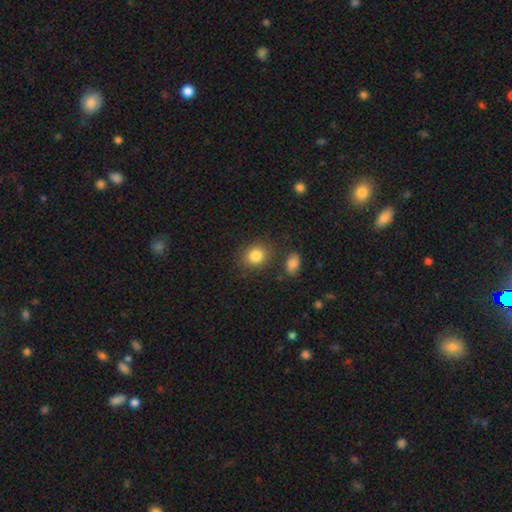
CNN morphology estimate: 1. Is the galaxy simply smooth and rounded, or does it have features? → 84% smooth, 10% star or artifact, 6% featured or disk.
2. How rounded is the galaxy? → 68% round, 31% in between, 1% cigar-shaped.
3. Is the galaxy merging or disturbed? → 81% none, 11% minor disturbance, 5% merger, 3% major disturbance.